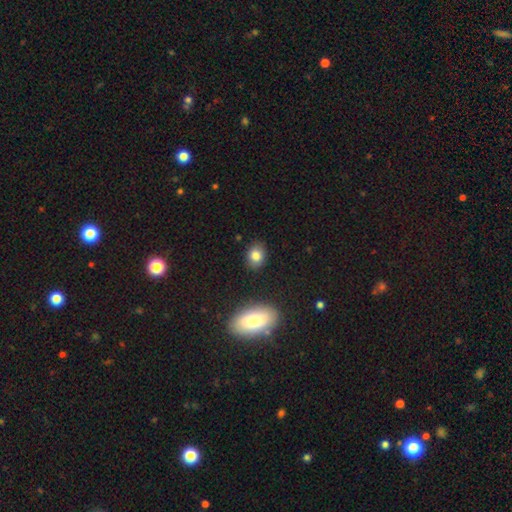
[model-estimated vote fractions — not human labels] A smooth galaxy with no disk features (83%) that is in between round and cigar-shaped (57%).

Vote fractions:
- Smooth or featured? smooth: 83% / star or artifact: 10% / featured or disk: 7%
- How rounded? in between: 57% / round: 41% / cigar-shaped: 1%
- Merging? none: 84% / minor disturbance: 12% / major disturbance: 3% / merger: 2%